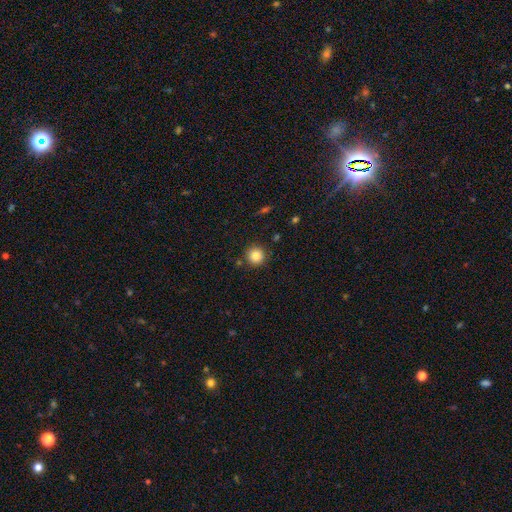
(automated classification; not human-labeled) Overall: smooth (85%). How rounded: round (95%). Merging: none (88%).